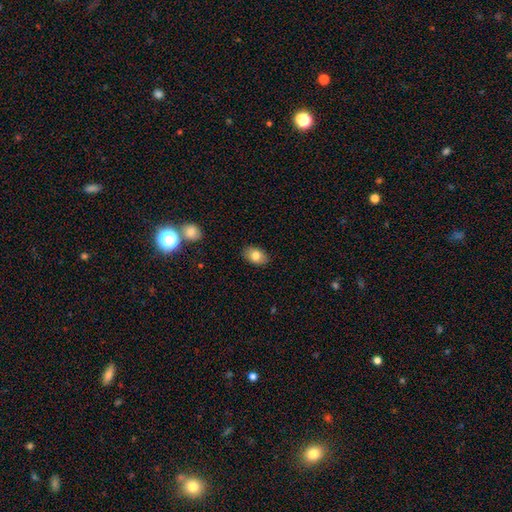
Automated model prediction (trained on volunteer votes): smooth-or-featured: smooth: 80% | featured or disk: 12% | star or artifact: 8%
  how-rounded: in between: 87% | round: 12% | cigar-shaped: 1%
  merging: none: 86% | minor disturbance: 10% | major disturbance: 2% | merger: 1%